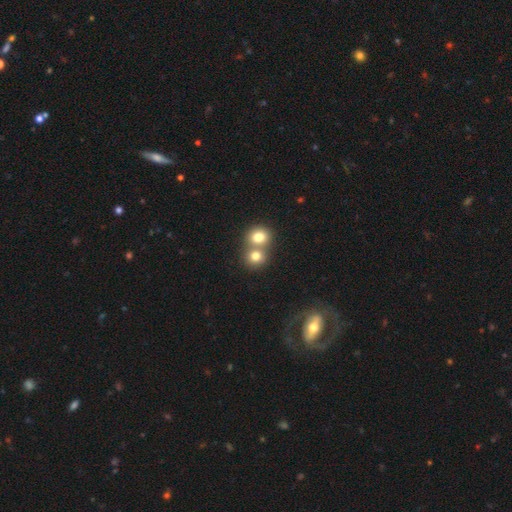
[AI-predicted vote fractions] This is likely a smooth galaxy (77%). How rounded: clearly round (82%). Merging: possibly merger (57%).